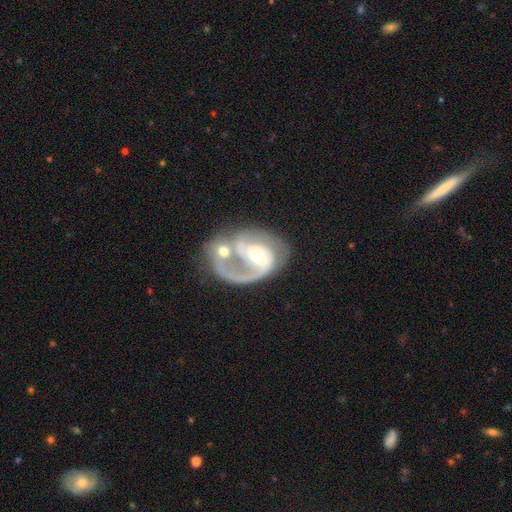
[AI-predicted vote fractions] Q: Smooth or featured?
A: featured or disk (84%); runner-up: smooth (11%)
Q: Edge-on disk?
A: no (97%); runner-up: yes (3%)
Q: Bar?
A: weak (41%); runner-up: no (40%)
Q: Spiral arms?
A: yes (92%); runner-up: no (8%)
Q: Spiral winding?
A: medium (47%); runner-up: loose (30%)
Q: Spiral arm count?
A: 2 (50%); runner-up: 1 (35%)
Q: Bulge size?
A: moderate (62%); runner-up: small (29%)
Q: Merging?
A: merger (54%); runner-up: none (21%)